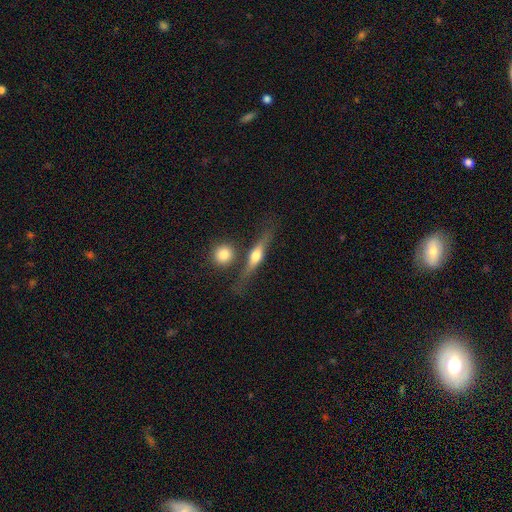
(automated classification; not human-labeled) smooth-or-featured: featured or disk: 61% | smooth: 32% | star or artifact: 7%
  disk-edge-on: yes: 91% | no: 9%
    edge-on-bulge: rounded: 90% | boxy: 6% | none: 4%
  merging: none: 70% | minor disturbance: 14% | merger: 11% | major disturbance: 5%